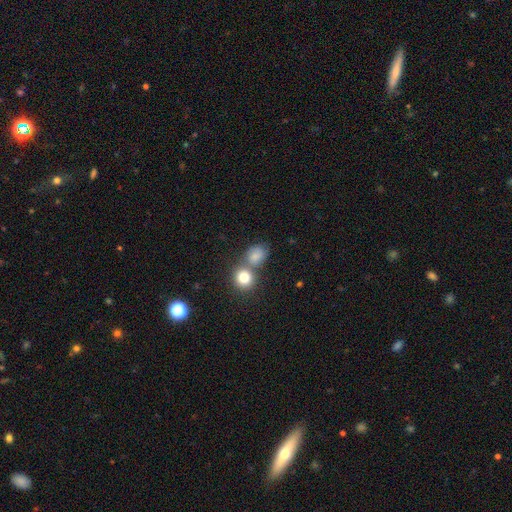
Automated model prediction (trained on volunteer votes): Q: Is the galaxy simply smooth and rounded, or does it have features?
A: smooth — 76%.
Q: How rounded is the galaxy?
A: round — 51%.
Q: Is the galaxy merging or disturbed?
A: none — 44%.